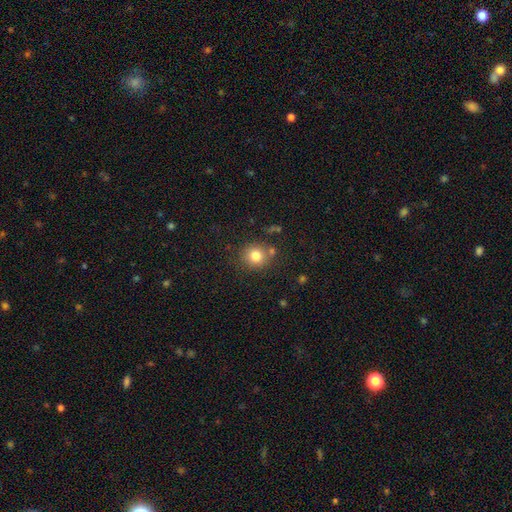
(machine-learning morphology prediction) This appears to be a smooth galaxy with no disk features (79%) that is round (87%). Merging: none (77%).